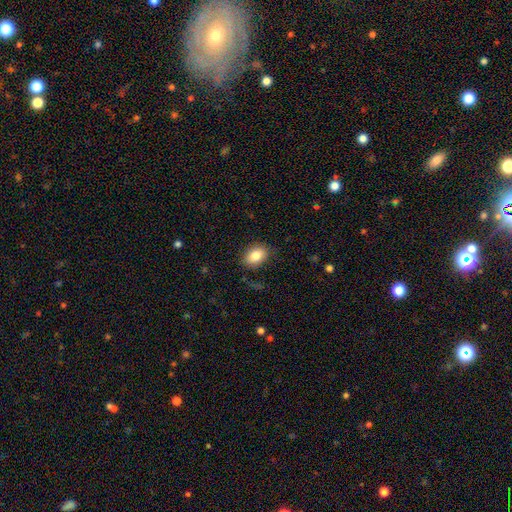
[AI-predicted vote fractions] smooth_or_featured: smooth (p=0.82) [alt: featured or disk p=0.10]
how_rounded: in between (p=0.82) [alt: round p=0.17]
merging: none (p=0.83) [alt: minor disturbance p=0.13]